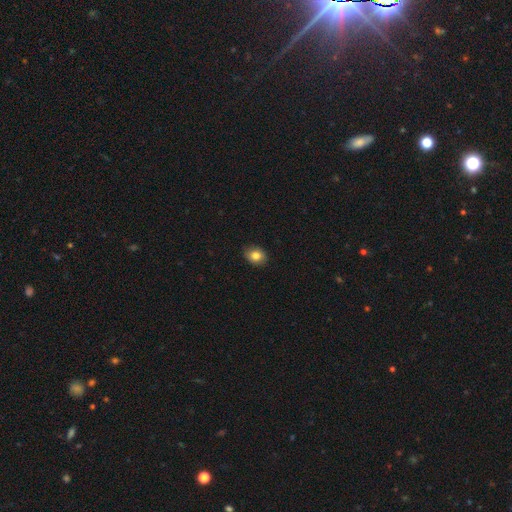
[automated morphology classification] type=smooth (83%); roundness=in between (58%); merging=none (86%).